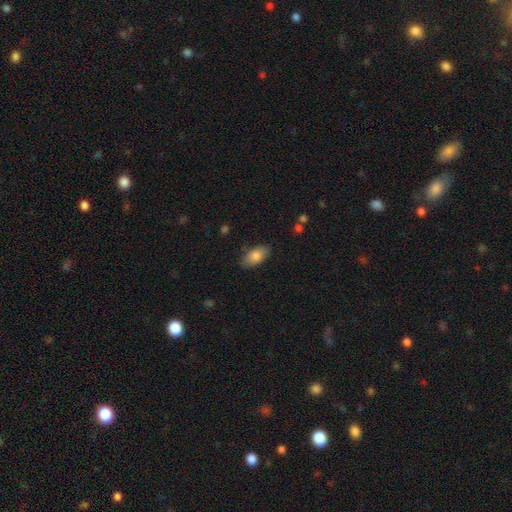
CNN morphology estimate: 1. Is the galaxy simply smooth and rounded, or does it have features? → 81% smooth, 12% featured or disk, 7% star or artifact.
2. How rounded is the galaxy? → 92% in between, 5% cigar-shaped, 4% round.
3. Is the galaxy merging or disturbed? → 82% none, 14% minor disturbance, 3% major disturbance, 1% merger.